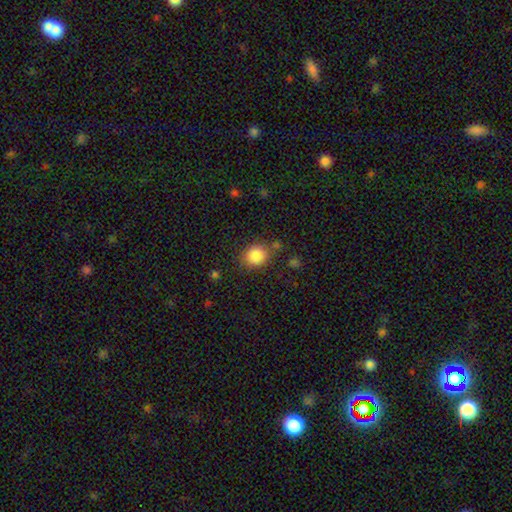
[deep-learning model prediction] A smooth galaxy with no disk features (86%) that is round (76%). Merging: none (77%).